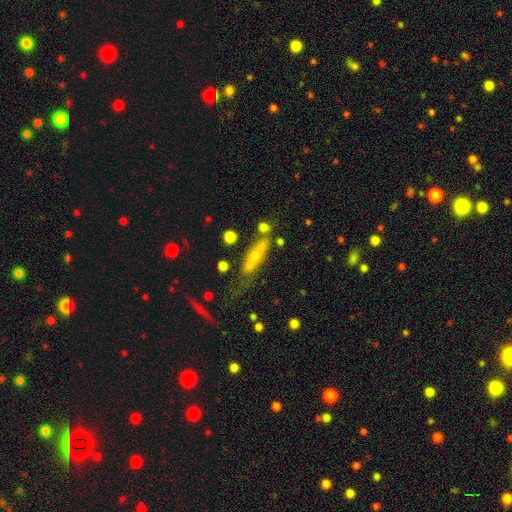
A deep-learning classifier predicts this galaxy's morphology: A smooth galaxy with no disk features (52%) that is cigar-shaped (72%). Merging: none (55%).